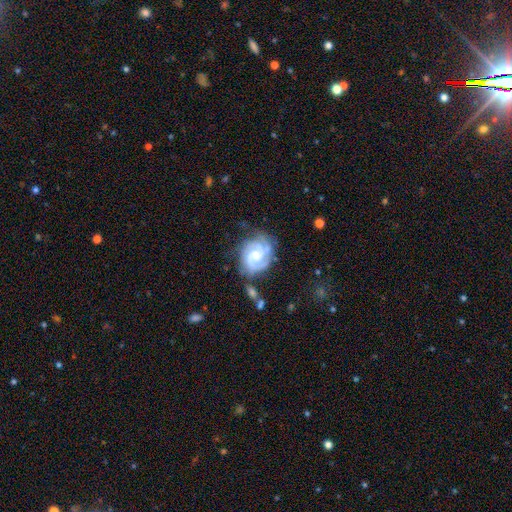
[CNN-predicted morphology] A featured or disk galaxy (87%) with no bar (52%), 2 (47%) tight (58%) spiral arms (97%) and a small central bulge (43%, tied with moderate). Merging: none (67%).